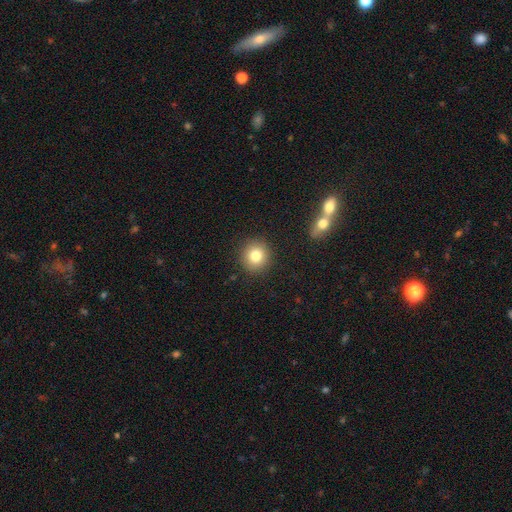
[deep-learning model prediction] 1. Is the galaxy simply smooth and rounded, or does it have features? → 80% smooth, 11% star or artifact, 9% featured or disk.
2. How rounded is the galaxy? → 89% round, 10% in between, 1% cigar-shaped.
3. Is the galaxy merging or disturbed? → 90% none, 6% minor disturbance, 2% major disturbance, 2% merger.